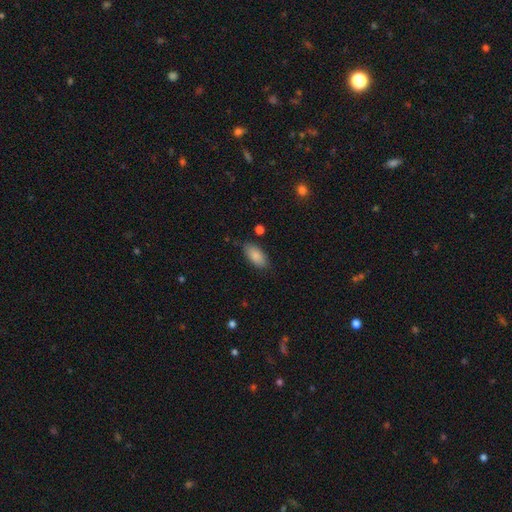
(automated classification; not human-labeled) A smooth galaxy with no disk features (87%) that is in between round and cigar-shaped (91%).

Vote fractions:
- Smooth or featured? smooth: 87% / star or artifact: 7% / featured or disk: 6%
- How rounded? in between: 91% / cigar-shaped: 6% / round: 2%
- Merging? none: 81% / minor disturbance: 14% / major disturbance: 3% / merger: 2%